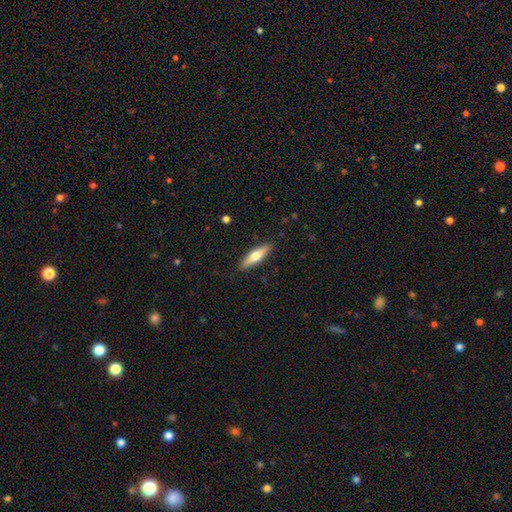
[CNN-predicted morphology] A smooth galaxy with no disk features (60%) that is cigar-shaped (67%). Merging: none (89%).